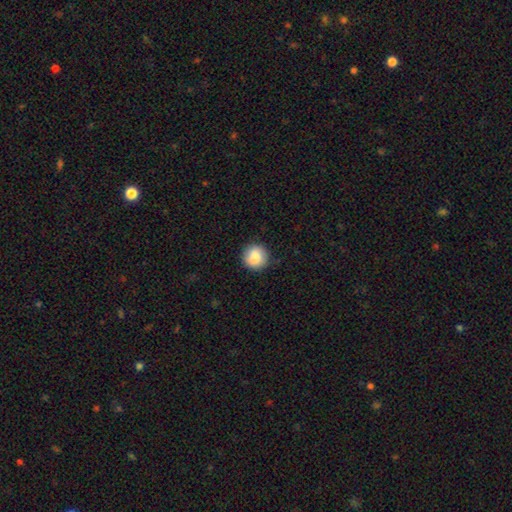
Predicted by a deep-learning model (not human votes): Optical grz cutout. It shows a smooth galaxy with no disk features (83%) that is round (90%). Merging: none (82%).